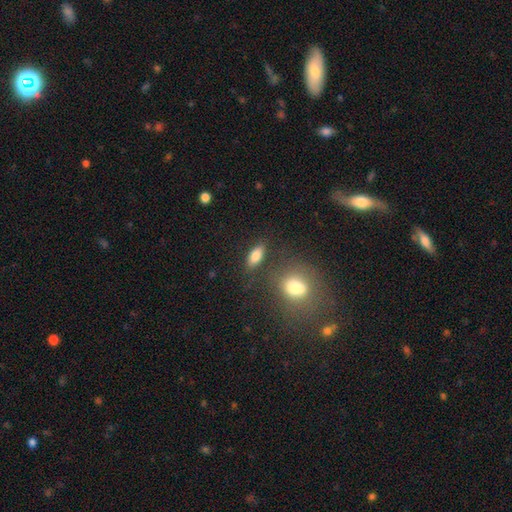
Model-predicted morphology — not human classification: Overall: smooth (83%). How rounded: in between (82%). Merging: none (79%).